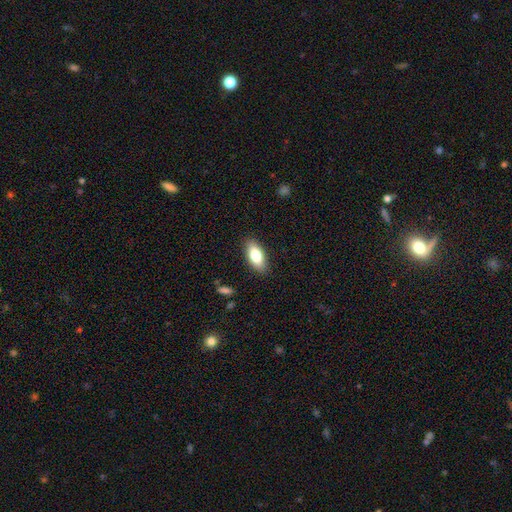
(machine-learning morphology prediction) A smooth galaxy with no disk features (79%) that is in between round and cigar-shaped (85%). Merging: none (87%).